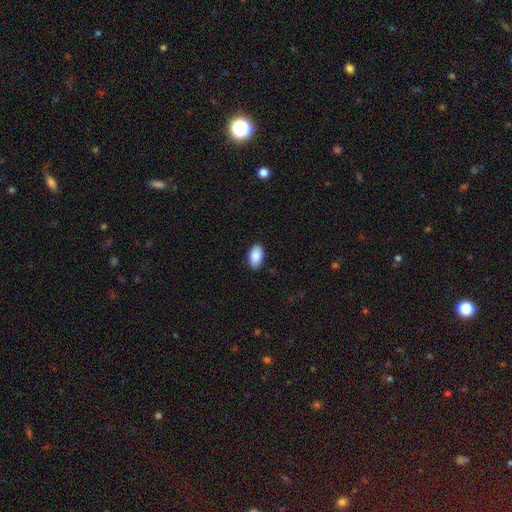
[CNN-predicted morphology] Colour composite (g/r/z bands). It shows a smooth galaxy with no disk features (90%) that is in between round and cigar-shaped (95%). Merging: none (87%).